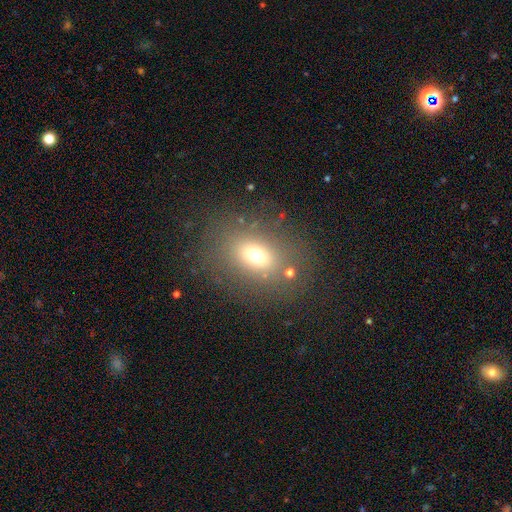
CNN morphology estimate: Smooth or featured: smooth — 67% (star or artifact — 18%)
How rounded: in between — 64% (round — 34%)
Merging: none — 77% (minor disturbance — 12%)